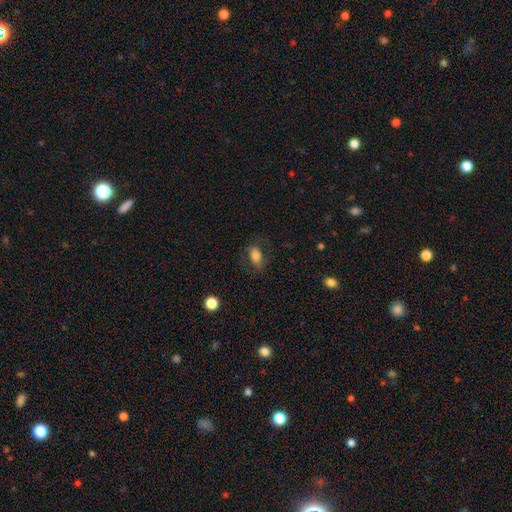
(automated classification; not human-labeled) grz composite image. It shows a smooth galaxy with no disk features (74%) that is in between round and cigar-shaped (85%). Merging: none (71%).